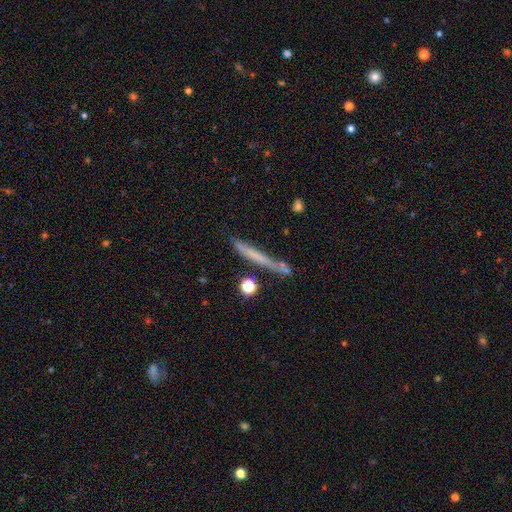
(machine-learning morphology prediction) This appears to be a smooth galaxy with no disk features (54%) that is cigar-shaped (94%). Merging: none (70%).